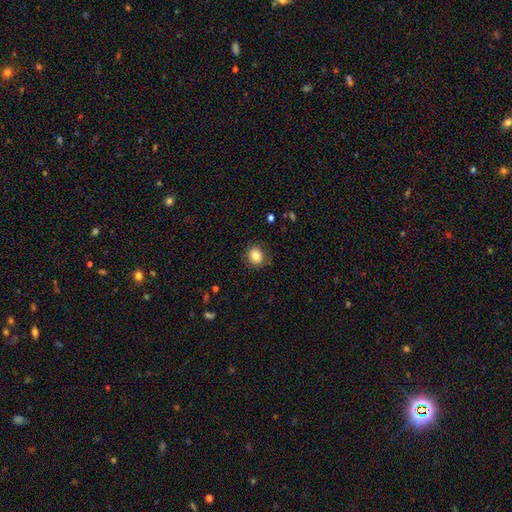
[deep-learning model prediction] Morphology: type=smooth (83%); roundness=round (70%); merging=none (83%).